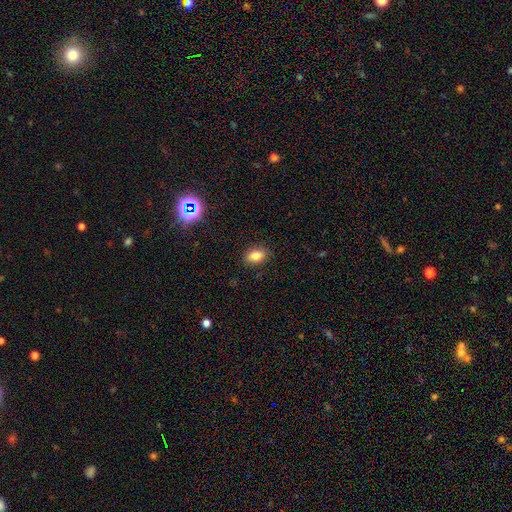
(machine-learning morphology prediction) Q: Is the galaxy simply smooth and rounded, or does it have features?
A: smooth — 83%.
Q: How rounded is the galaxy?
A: in between — 83%.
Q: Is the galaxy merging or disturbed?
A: none — 86%.